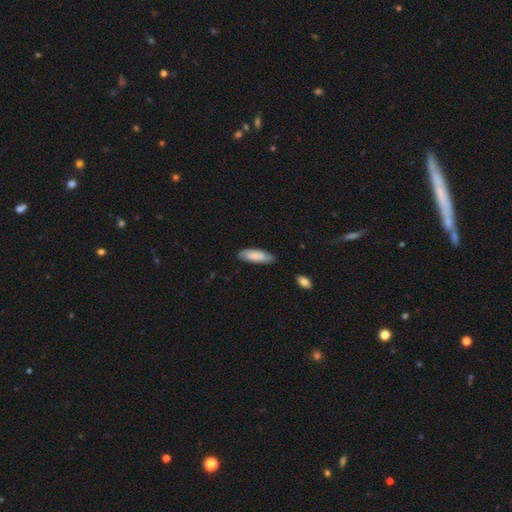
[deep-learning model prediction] This is likely a smooth galaxy (80%). How rounded: possibly in between (59%). Merging: likely none (79%).